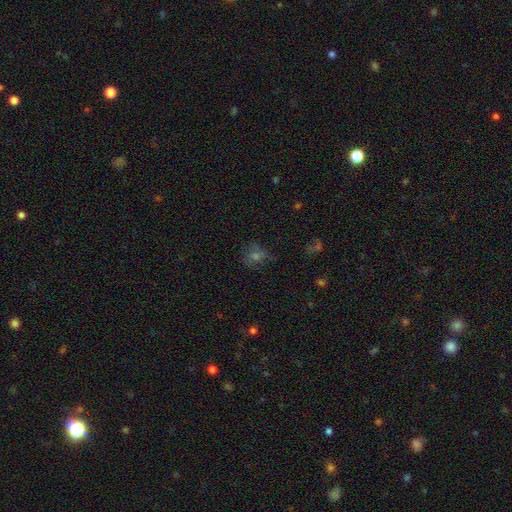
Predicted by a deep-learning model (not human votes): This is possibly a smooth galaxy (45%). Merging: likely none (69%).